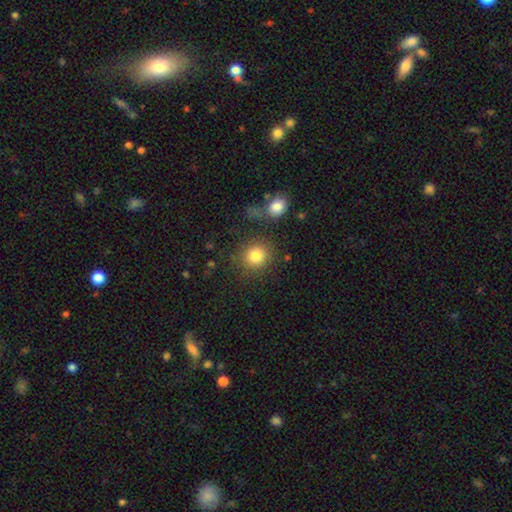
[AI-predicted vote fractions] This appears to be a smooth galaxy with no disk features (84%) that is round (85%). Merging: none (80%).